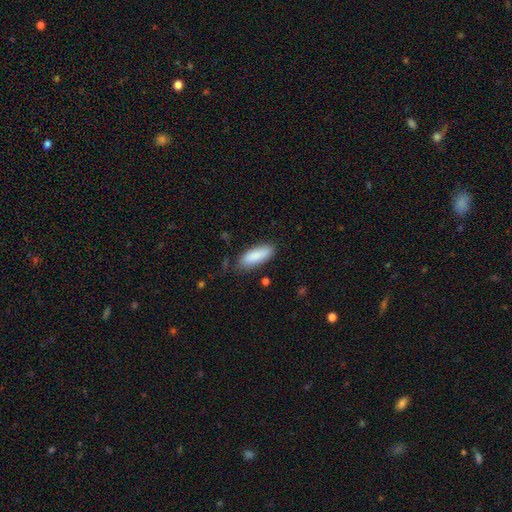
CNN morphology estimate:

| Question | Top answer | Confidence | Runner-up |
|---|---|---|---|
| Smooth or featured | smooth | 88% | featured or disk (6%) |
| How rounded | in between | 67% | cigar-shaped (31%) |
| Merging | none | 78% | minor disturbance (16%) |